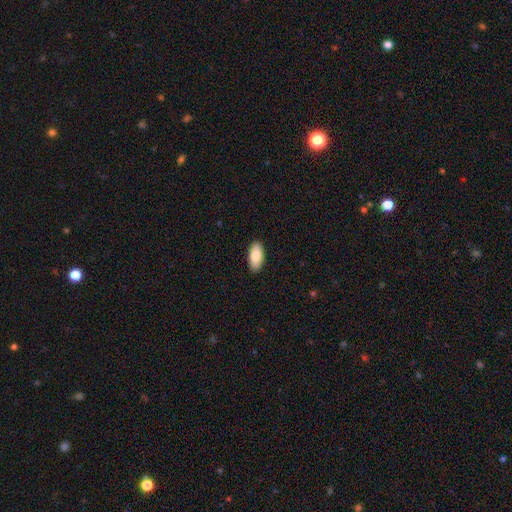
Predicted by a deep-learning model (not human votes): smooth 83%, featured or disk 12%, star or artifact 6%. Down the decision tree: how rounded — in between (90%); merging — none (91%).